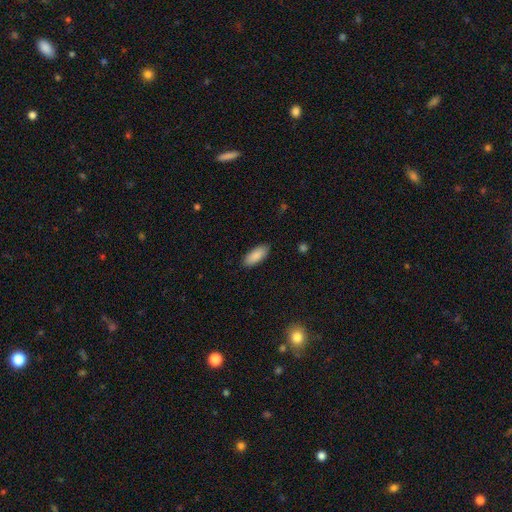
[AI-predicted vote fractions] Smooth or featured?
  - smooth: 90% *
  - star or artifact: 6%
  - featured or disk: 5%
How rounded?
  - in between: 81% *
  - cigar-shaped: 17%
  - round: 2%
Merging?
  - none: 88% *
  - minor disturbance: 9%
  - major disturbance: 2%
  - merger: 1%